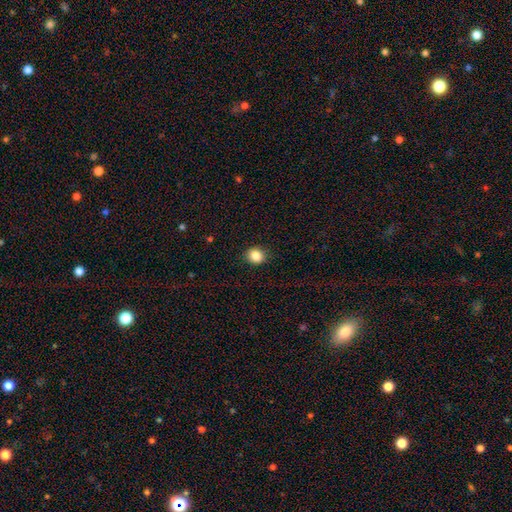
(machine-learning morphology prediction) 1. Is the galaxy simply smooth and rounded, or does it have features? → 86% smooth, 10% star or artifact, 4% featured or disk.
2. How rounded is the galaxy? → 71% round, 28% in between, 1% cigar-shaped.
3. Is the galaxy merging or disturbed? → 89% none, 8% minor disturbance, 2% major disturbance, 1% merger.